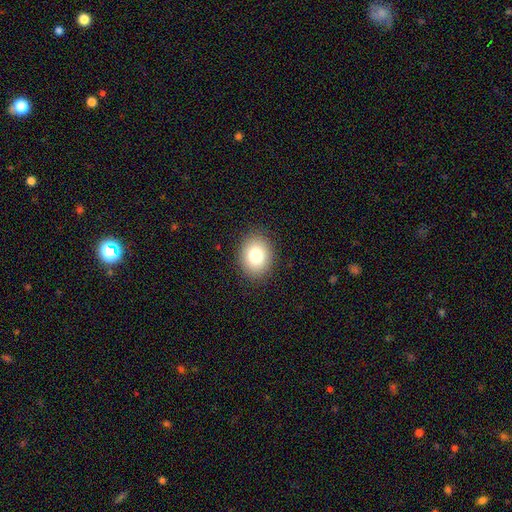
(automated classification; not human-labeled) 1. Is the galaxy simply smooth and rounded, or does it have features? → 81% smooth, 10% star or artifact, 9% featured or disk.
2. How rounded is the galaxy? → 53% in between, 46% round, 1% cigar-shaped.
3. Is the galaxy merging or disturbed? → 88% none, 8% minor disturbance, 2% major disturbance, 1% merger.